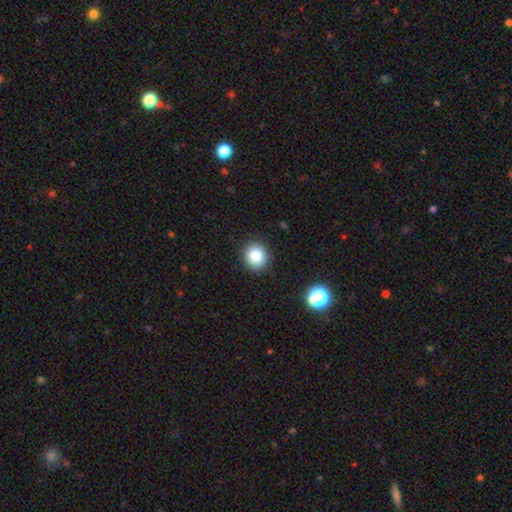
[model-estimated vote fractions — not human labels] smooth_or_featured: smooth (p=0.83) [alt: star or artifact p=0.11]
how_rounded: round (p=0.85) [alt: in between p=0.14]
merging: none (p=0.90) [alt: minor disturbance p=0.07]